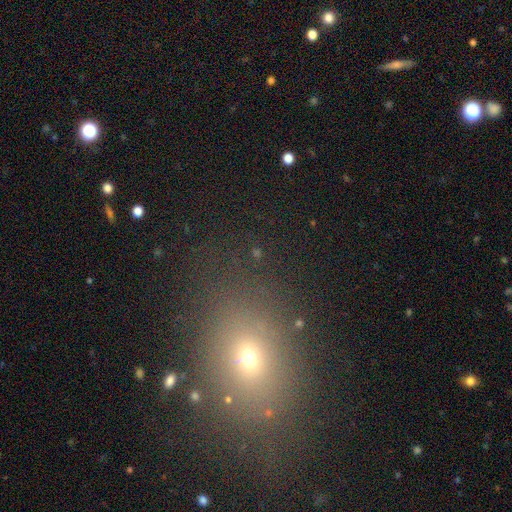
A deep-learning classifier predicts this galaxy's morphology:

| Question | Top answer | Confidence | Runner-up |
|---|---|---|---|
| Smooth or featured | smooth | 45% | star or artifact (43%) |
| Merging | none | 79% | minor disturbance (11%) |